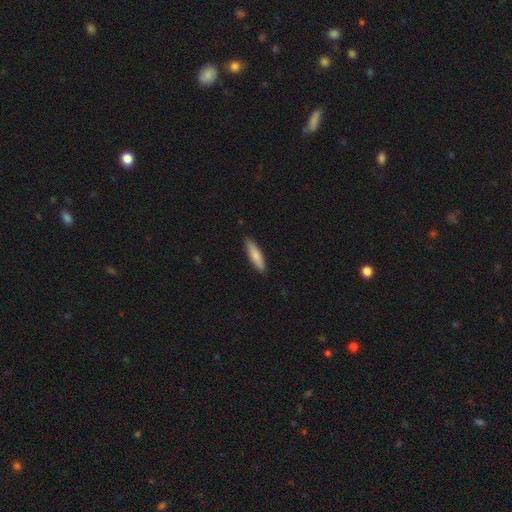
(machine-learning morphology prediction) Smooth or featured? smooth (81%)
How rounded? cigar-shaped (71%)
Merging? none (87%)